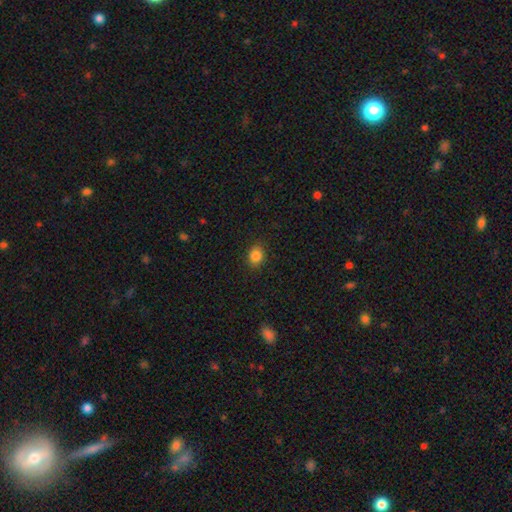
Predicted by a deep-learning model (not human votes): Smooth or featured: smooth — 85% (star or artifact — 11%)
How rounded: round — 53% (in between — 46%)
Merging: none — 87% (minor disturbance — 9%)